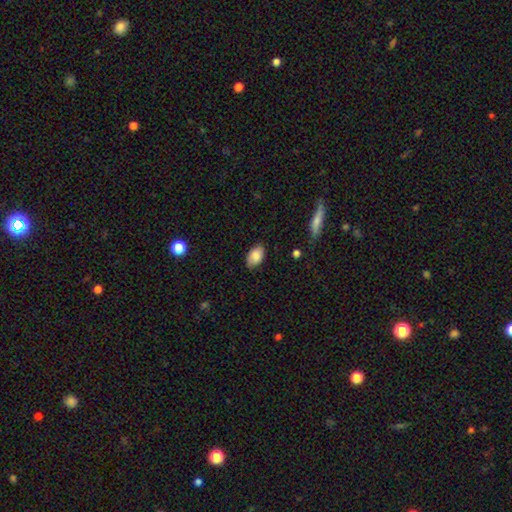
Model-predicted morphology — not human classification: smooth-or-featured: smooth: 86% | featured or disk: 7% | star or artifact: 7%
  how-rounded: in between: 92% | round: 7% | cigar-shaped: 2%
  merging: none: 83% | minor disturbance: 13% | major disturbance: 3% | merger: 1%